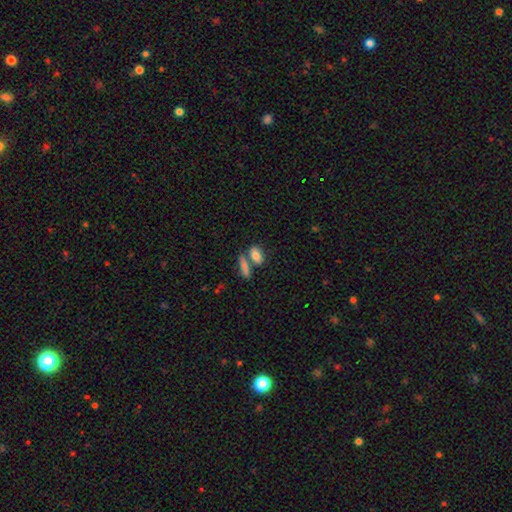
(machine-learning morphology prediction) A smooth galaxy with no disk features (81%) that is in between round and cigar-shaped (79%). Merging: none (54%).